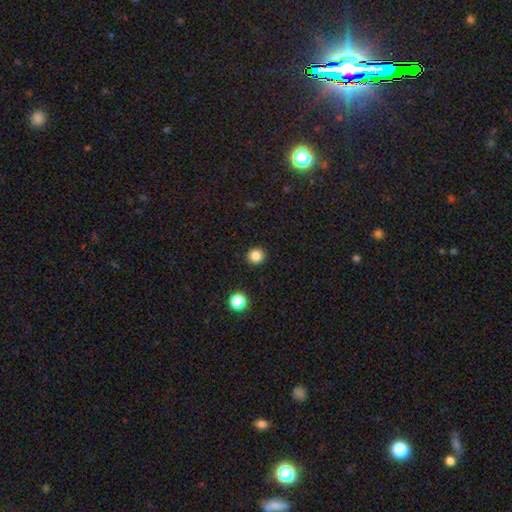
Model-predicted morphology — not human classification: This appears to be a smooth galaxy with no disk features (84%) that is round (95%). Merging: none (93%).